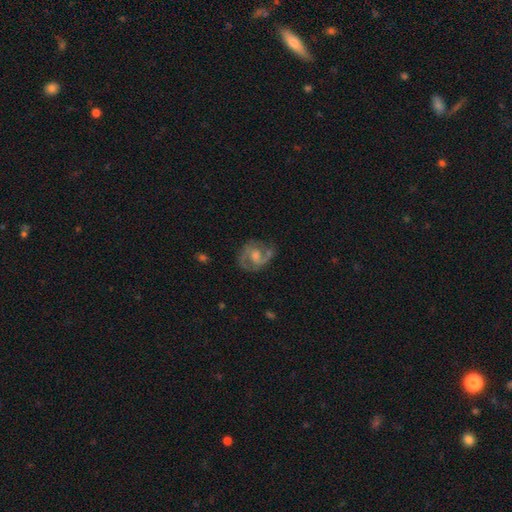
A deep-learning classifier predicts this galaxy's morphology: This is likely a featured or disk galaxy (78%). It is clearly not viewed edge-on (97%). Bar: marginally weak (45%). Spiral arm pattern: clearly yes (90%). Spiral arm count: likely 2 (78%). Spiral winding: possibly medium (52%). Central bulge: possibly moderate (48%). Merging: likely none (68%).